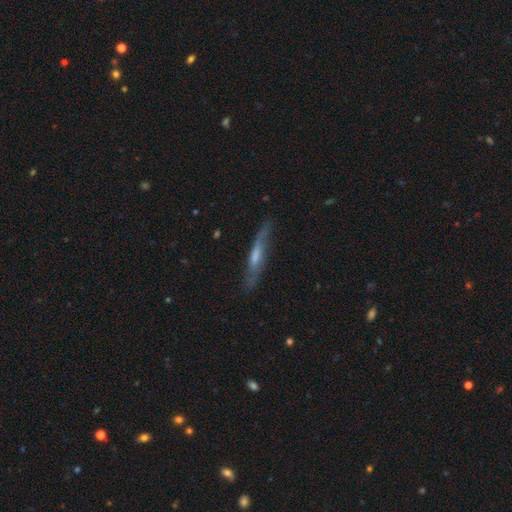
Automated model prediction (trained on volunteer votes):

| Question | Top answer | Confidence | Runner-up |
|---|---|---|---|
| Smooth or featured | featured or disk | 59% | smooth (34%) |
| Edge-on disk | yes | 74% | no (26%) |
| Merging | none | 76% | minor disturbance (17%) |